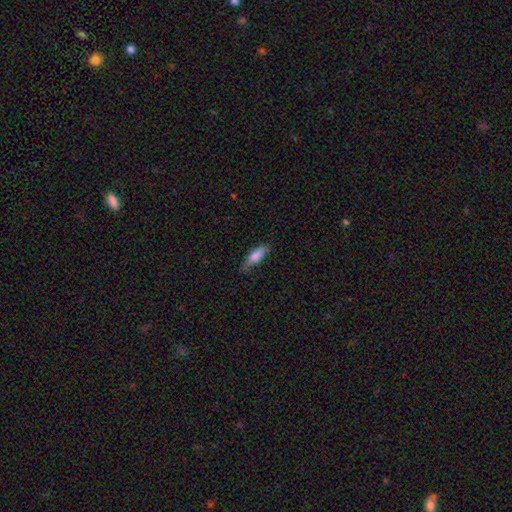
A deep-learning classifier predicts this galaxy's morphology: type=smooth (80%); roundness=in between (51%); merging=none (70%).